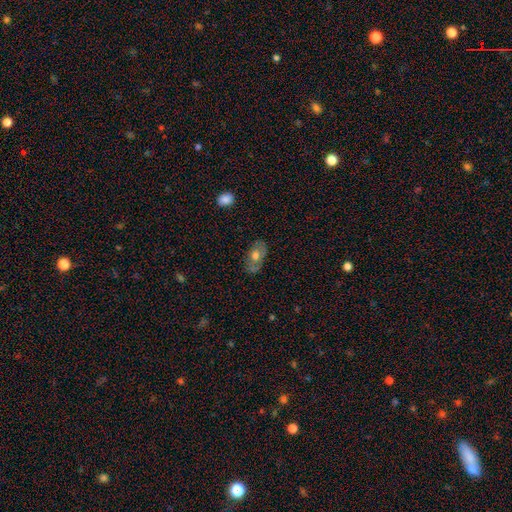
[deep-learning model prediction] smooth 52%, featured or disk 39%, star or artifact 8%. Down the decision tree: how rounded — in between (86%); merging — none (71%).